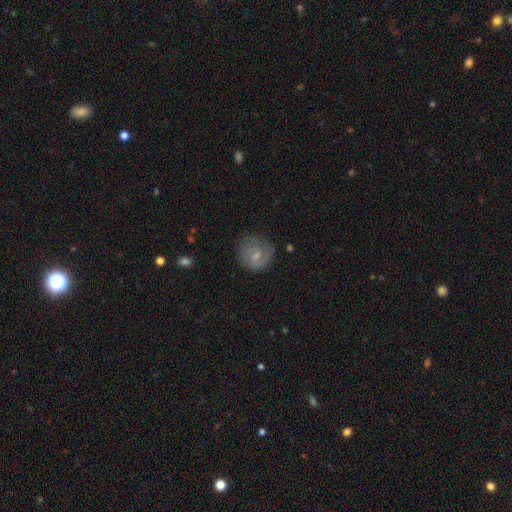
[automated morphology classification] Smooth or featured? featured or disk (51%)
Edge-on disk? no (97%)
Merging? none (64%)